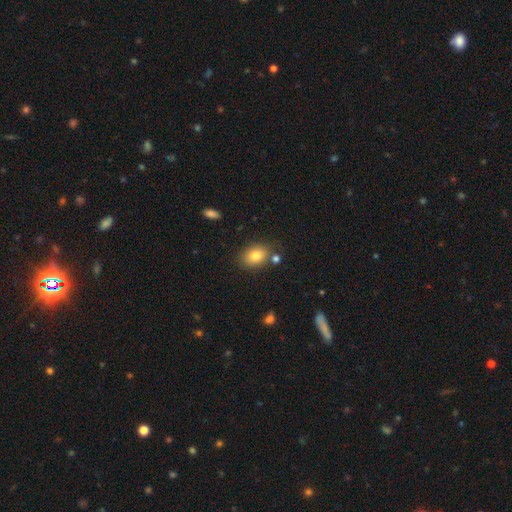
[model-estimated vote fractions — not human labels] Smooth or featured? Predicted: smooth (p=0.80). How rounded? Predicted: in between (p=0.69). Merging? Predicted: none (p=0.76).